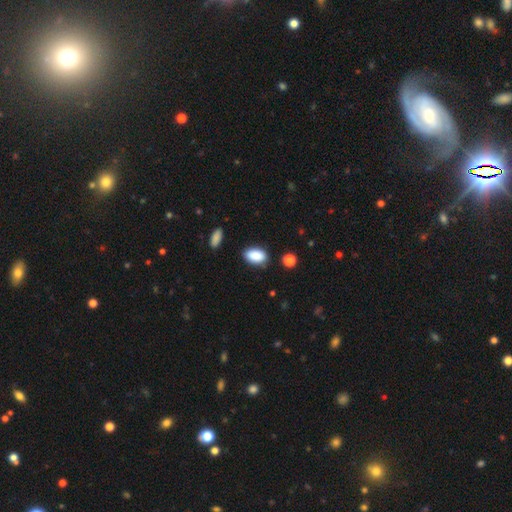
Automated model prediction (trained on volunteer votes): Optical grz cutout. It shows a smooth galaxy with no disk features (89%) that is in between round and cigar-shaped (91%). Merging: none (83%).